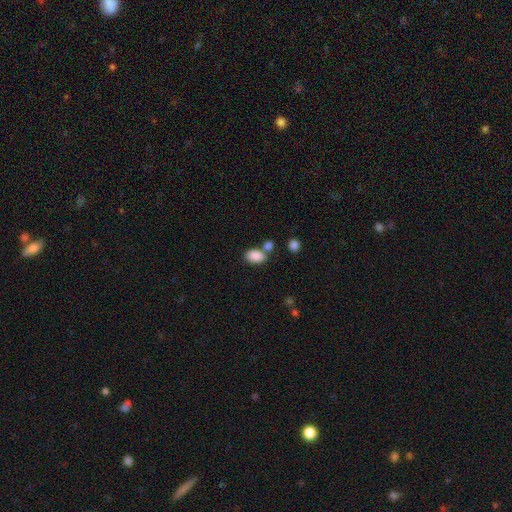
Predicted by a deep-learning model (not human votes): Q: Smooth or featured?
A: smooth (87%); runner-up: star or artifact (8%)
Q: How rounded?
A: in between (86%); runner-up: round (13%)
Q: Merging?
A: none (56%); runner-up: merger (27%)